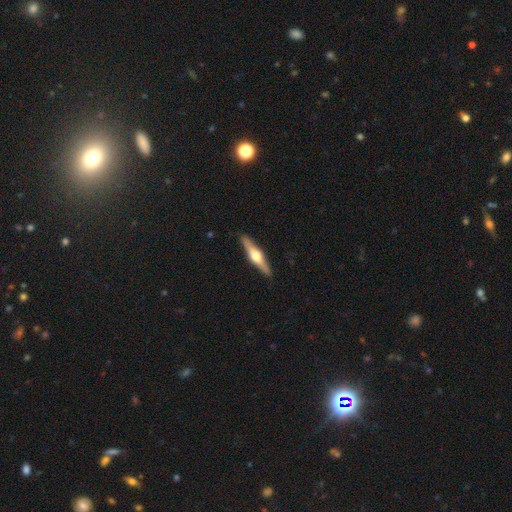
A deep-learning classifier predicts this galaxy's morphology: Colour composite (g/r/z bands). It shows a featured or disk galaxy (69%) viewed edge-on (97%) with a rounded central bulge (94%). Merging: none (90%).